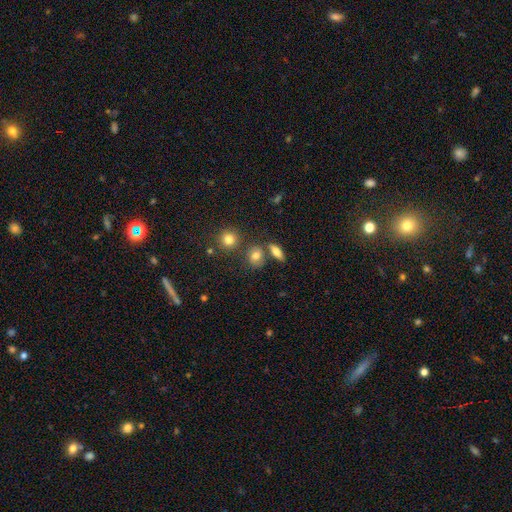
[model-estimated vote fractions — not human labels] Smooth or featured? smooth (75%)
How rounded? in between (48%)
Merging? none (66%)